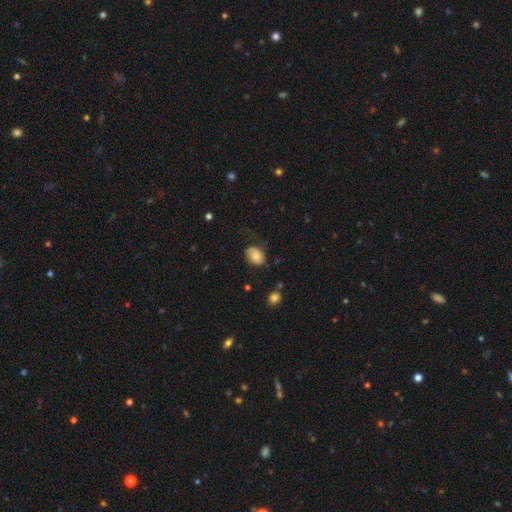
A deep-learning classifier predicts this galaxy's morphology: A smooth galaxy with no disk features (73%) that is in between round and cigar-shaped (73%).

Vote fractions:
- Smooth or featured? smooth: 73% / featured or disk: 19% / star or artifact: 8%
- How rounded? in between: 73% / round: 25% / cigar-shaped: 1%
- Merging? none: 57% / minor disturbance: 28% / major disturbance: 13% / merger: 2%